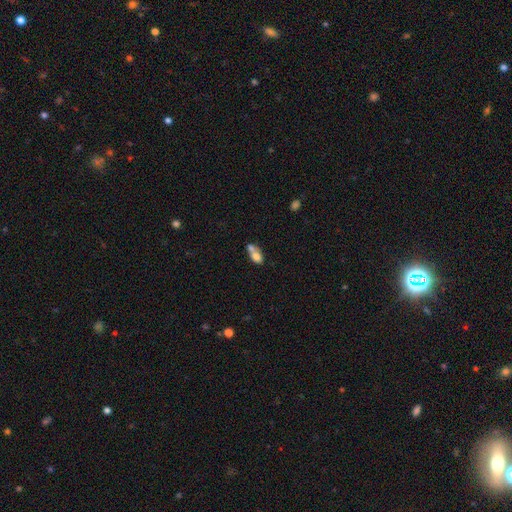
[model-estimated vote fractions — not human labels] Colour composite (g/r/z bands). It shows a smooth galaxy with no disk features (70%) that is in between round and cigar-shaped (81%). Merging: merger (58%).